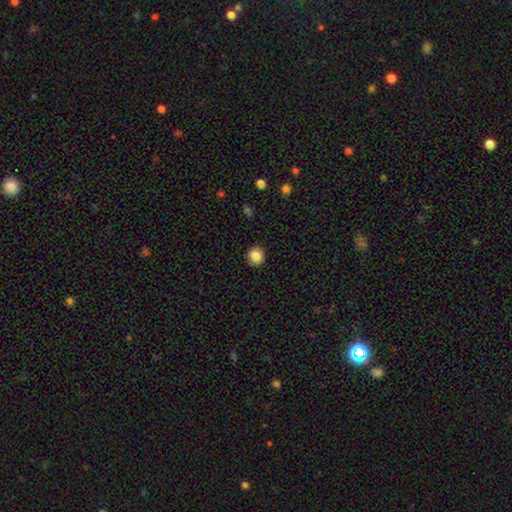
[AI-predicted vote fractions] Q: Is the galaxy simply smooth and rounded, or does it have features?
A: smooth — 86%.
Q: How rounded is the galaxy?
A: round — 90%.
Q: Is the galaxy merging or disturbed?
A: none — 91%.